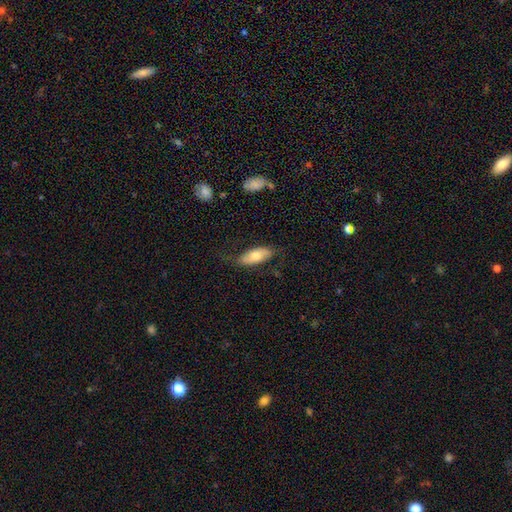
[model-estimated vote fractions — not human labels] This is likely a smooth galaxy (62%). How rounded: clearly in between (83%). Merging: likely none (69%).